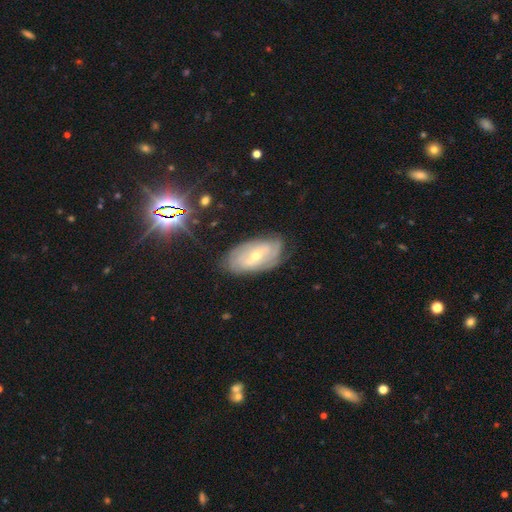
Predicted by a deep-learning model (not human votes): Smooth or featured: featured or disk — 76% (smooth — 15%)
Edge-on disk: no — 92% (yes — 8%)
Bar: weak — 43% (strong — 34%)
Spiral arms: yes — 84% (no — 16%)
Spiral winding: tight — 60% (medium — 28%)
Spiral arm count: can't tell — 45% (2 — 31%)
Bulge size: small — 50% (moderate — 47%)
Merging: none — 75% (minor disturbance — 19%)